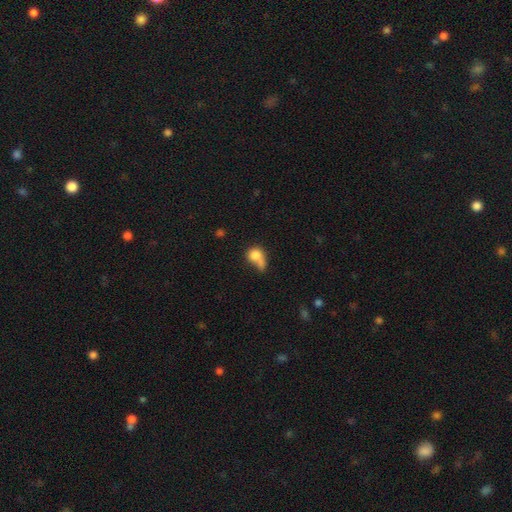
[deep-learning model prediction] smooth-or-featured: smooth: 76% | featured or disk: 14% | star or artifact: 9%
  how-rounded: round: 62% | in between: 36% | cigar-shaped: 2%
  merging: merger: 41% | none: 27% | major disturbance: 17% | minor disturbance: 15%